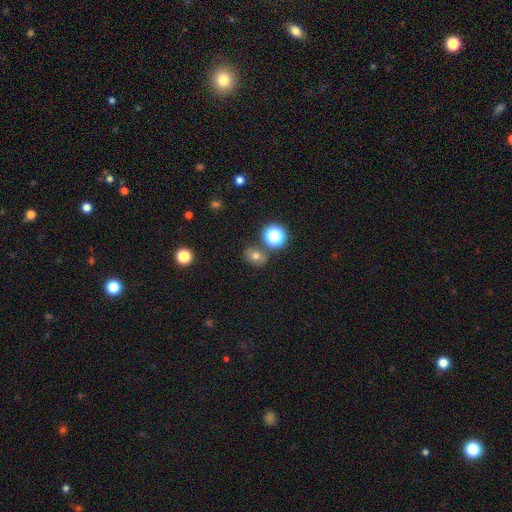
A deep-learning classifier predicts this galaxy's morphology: Smooth or featured? Predicted: smooth (p=0.70). How rounded? Predicted: in between (p=0.50). Merging? Predicted: none (p=0.79).